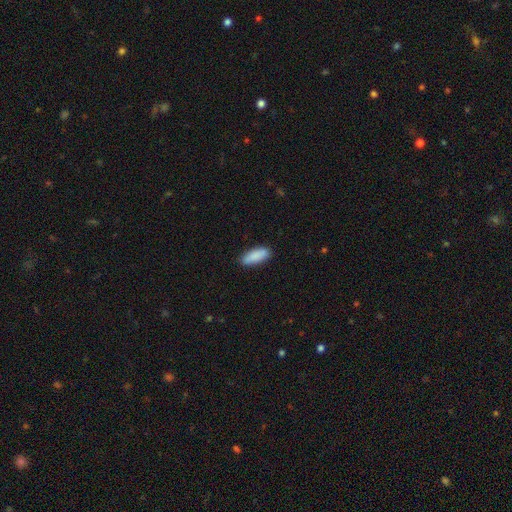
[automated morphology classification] Smooth or featured? Predicted: smooth (p=0.89). How rounded? Predicted: in between (p=0.72). Merging? Predicted: none (p=0.87).